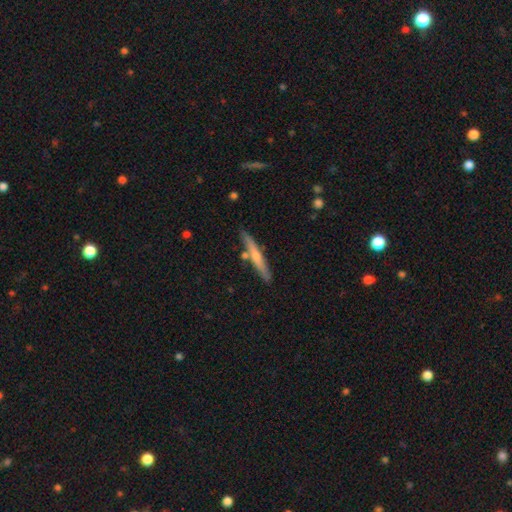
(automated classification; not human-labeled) The model was most divided on "smooth or featured": featured or disk: 61%, smooth: 30%, star or artifact: 9%. More confident: edge-on disk — yes (94%); merging — none (82%); edge-on bulge — rounded (69%).